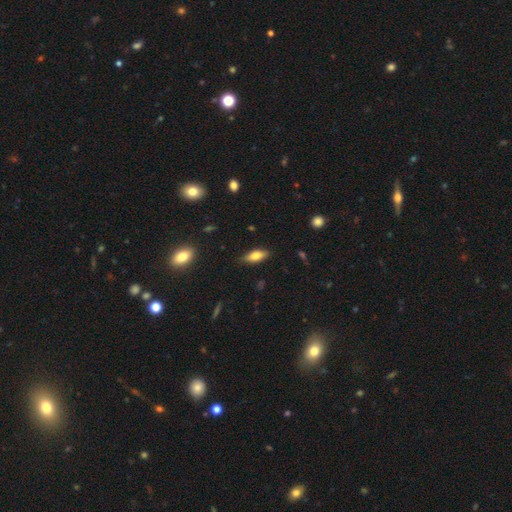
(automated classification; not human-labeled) A smooth galaxy with no disk features (75%) that is in between round and cigar-shaped (72%).

Vote fractions:
- Smooth or featured? smooth: 75% / featured or disk: 17% / star or artifact: 8%
- How rounded? in between: 72% / cigar-shaped: 26% / round: 2%
- Merging? none: 82% / minor disturbance: 14% / major disturbance: 3% / merger: 1%